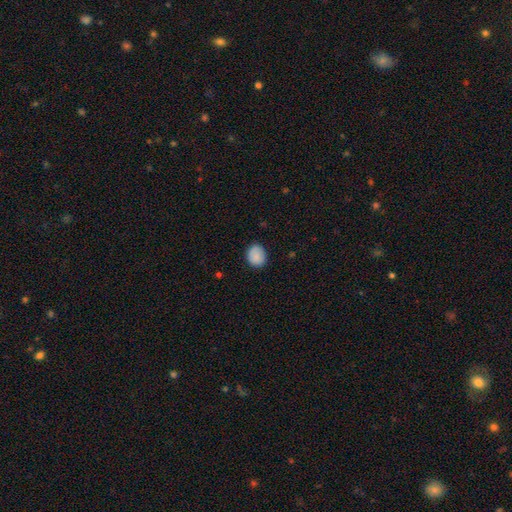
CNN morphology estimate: This appears to be a smooth galaxy with no disk features (86%) that is round (66%). Merging: none (84%).